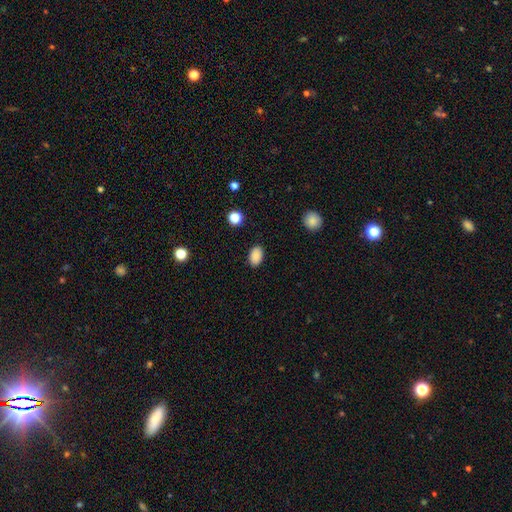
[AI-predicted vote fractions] smooth-or-featured: smooth: 88% | star or artifact: 9% | featured or disk: 3%
  how-rounded: in between: 87% | round: 12% | cigar-shaped: 1%
  merging: none: 88% | minor disturbance: 8% | major disturbance: 2% | merger: 1%